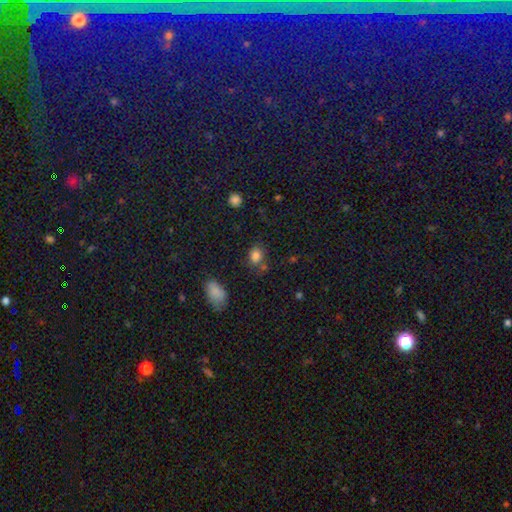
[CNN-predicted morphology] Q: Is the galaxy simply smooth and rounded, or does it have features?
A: smooth — 82%.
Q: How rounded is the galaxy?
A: in between — 50%.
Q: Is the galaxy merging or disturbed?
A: none — 67%.